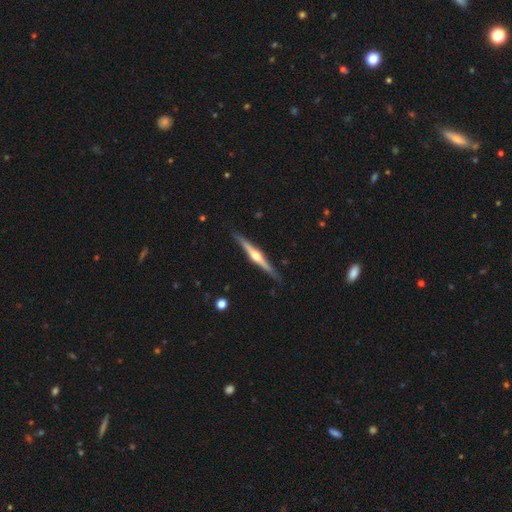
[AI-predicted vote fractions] smooth-or-featured: featured or disk: 79% | smooth: 16% | star or artifact: 5%
  disk-edge-on: yes: 98% | no: 2%
    edge-on-bulge: rounded: 92% | boxy: 4% | none: 4%
  merging: none: 88% | minor disturbance: 9% | major disturbance: 2% | merger: 1%